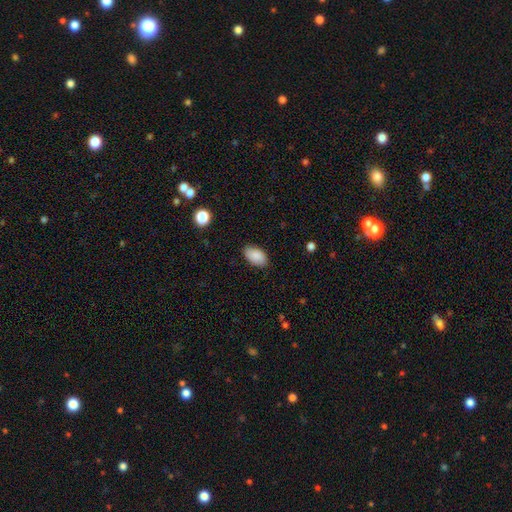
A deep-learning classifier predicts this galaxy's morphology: This appears to be a smooth galaxy with no disk features (89%) that is in between round and cigar-shaped (94%). Merging: none (85%).